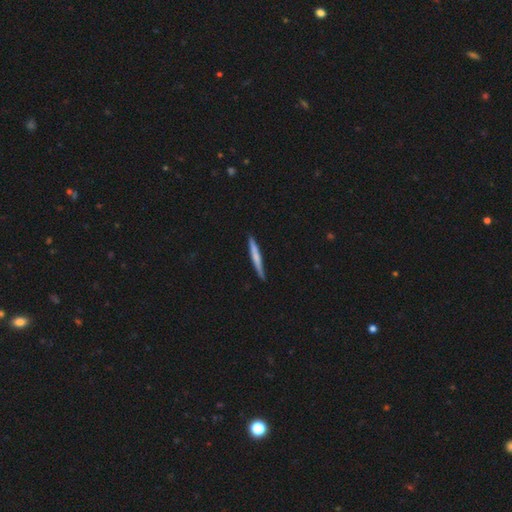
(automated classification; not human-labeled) smooth 60%, featured or disk 35%, star or artifact 5%. Down the decision tree: how rounded — cigar-shaped (96%); merging — none (88%).